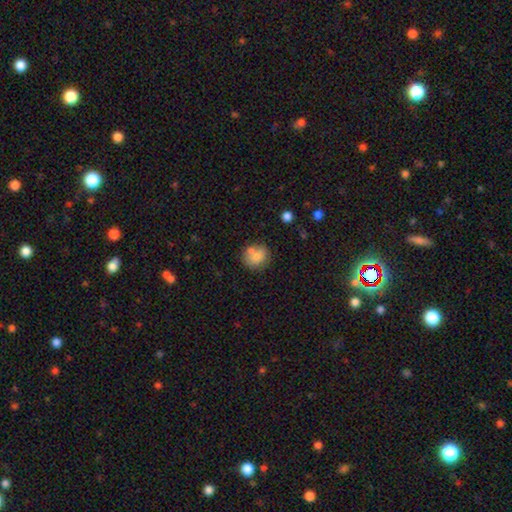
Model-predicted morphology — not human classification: Overall: smooth (76%). How rounded: round (75%). Merging: none (55%; merger 22%).